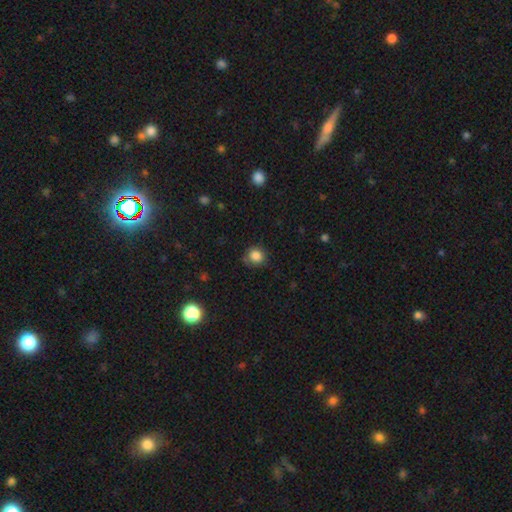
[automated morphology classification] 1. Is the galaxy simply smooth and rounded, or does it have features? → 84% smooth, 11% star or artifact, 5% featured or disk.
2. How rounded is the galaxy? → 83% round, 16% in between, 1% cigar-shaped.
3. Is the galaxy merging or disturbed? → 76% none, 17% minor disturbance, 4% major disturbance, 2% merger.